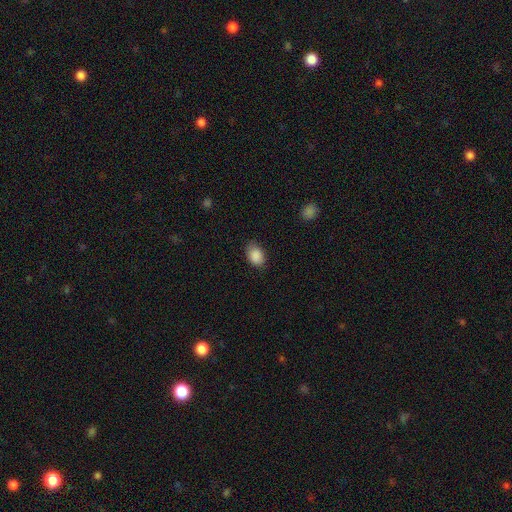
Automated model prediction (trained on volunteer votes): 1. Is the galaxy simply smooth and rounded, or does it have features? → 88% smooth, 8% star or artifact, 4% featured or disk.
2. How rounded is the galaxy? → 76% in between, 23% round, 1% cigar-shaped.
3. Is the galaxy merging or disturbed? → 77% none, 19% minor disturbance, 4% major disturbance, 1% merger.